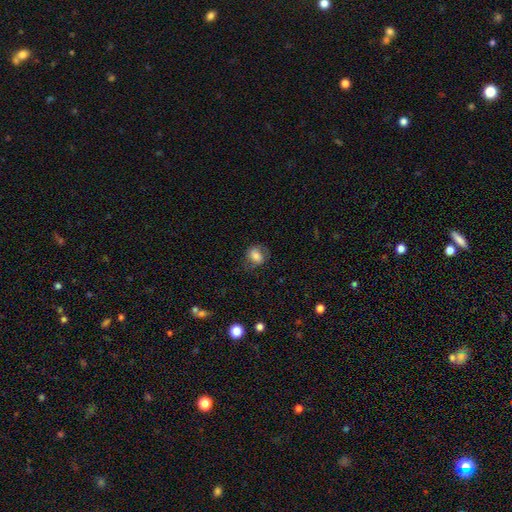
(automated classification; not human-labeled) A smooth galaxy with no disk features (72%) that is in between round and cigar-shaped (51%). Merging: none (65%).